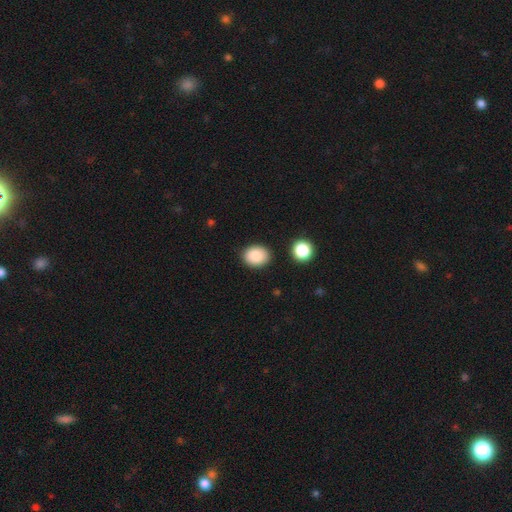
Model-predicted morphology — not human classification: Overall: smooth (87%). How rounded: in between (50%; round 49%). Merging: none (87%).